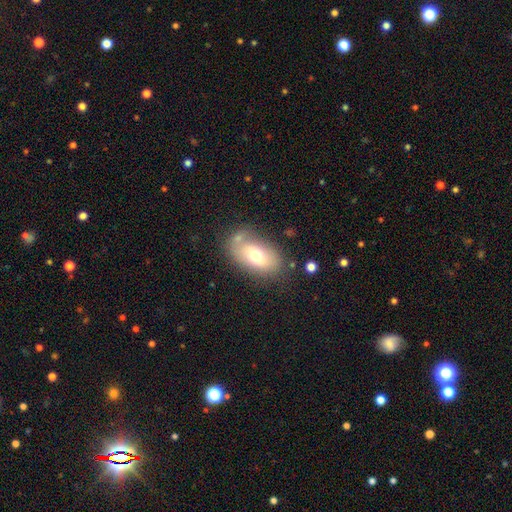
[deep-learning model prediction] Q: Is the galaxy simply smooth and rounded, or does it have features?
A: smooth — 63%.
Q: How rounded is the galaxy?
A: in between — 89%.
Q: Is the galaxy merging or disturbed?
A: none — 65%.